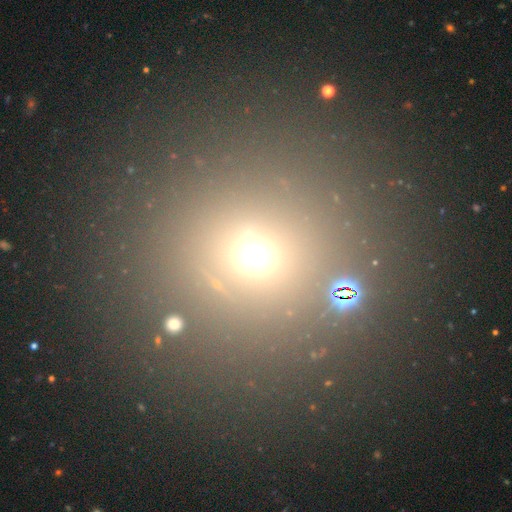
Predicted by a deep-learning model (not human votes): smooth 61%, star or artifact 30%, featured or disk 9%. Down the decision tree: how rounded — round (86%); merging — none (77%).